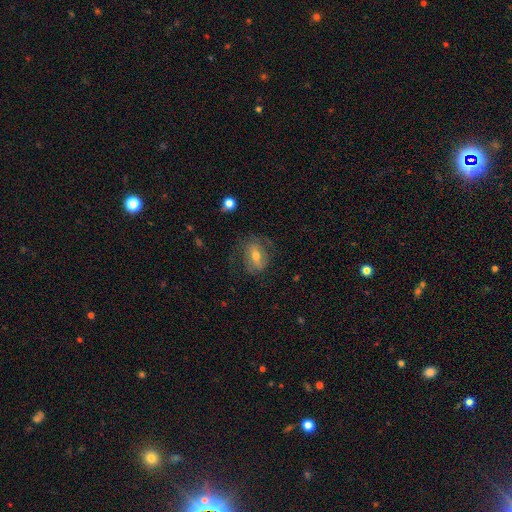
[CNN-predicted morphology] The model was most divided on "smooth or featured": smooth: 46%, featured or disk: 44%, star or artifact: 9%. More confident: merging — none (64%).